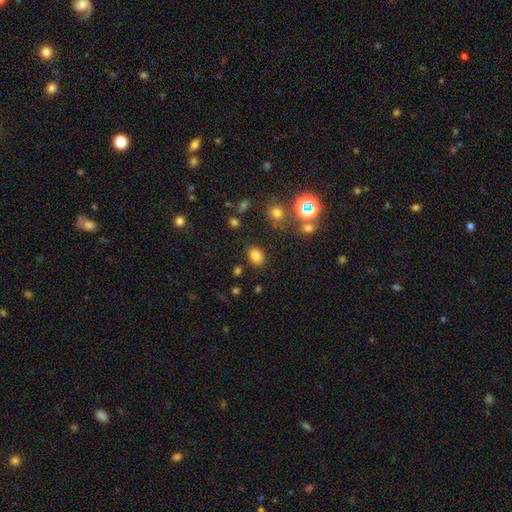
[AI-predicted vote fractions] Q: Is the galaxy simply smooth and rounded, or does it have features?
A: smooth — 78%.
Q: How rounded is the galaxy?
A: in between — 66%.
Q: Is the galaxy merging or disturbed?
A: none — 81%.